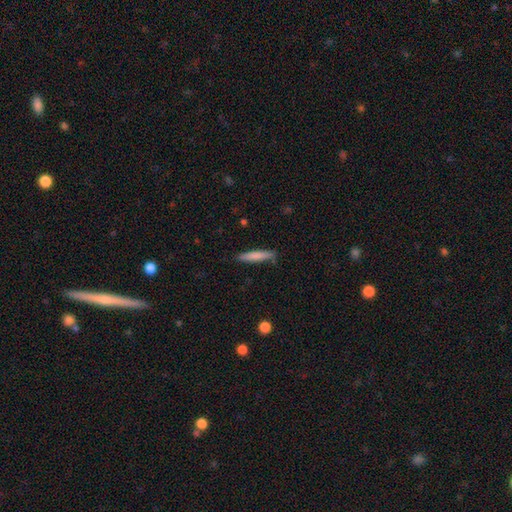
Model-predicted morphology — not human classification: Smooth or featured?
  - smooth: 77% *
  - featured or disk: 17%
  - star or artifact: 6%
How rounded?
  - cigar-shaped: 90% *
  - in between: 9%
  - round: 1%
Merging?
  - none: 83% *
  - minor disturbance: 13%
  - major disturbance: 2%
  - merger: 2%